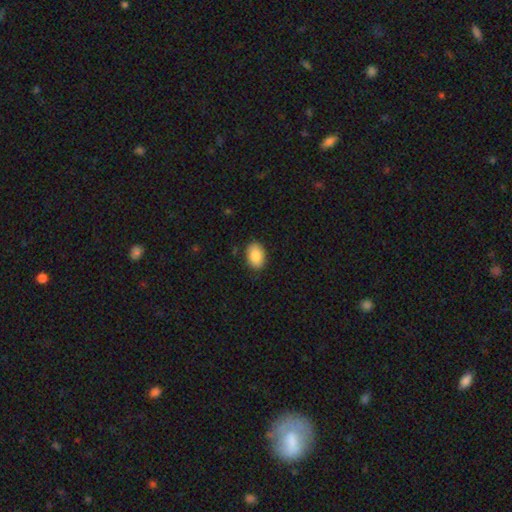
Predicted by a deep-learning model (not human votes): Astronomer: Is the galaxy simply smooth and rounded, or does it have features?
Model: smooth — 87%.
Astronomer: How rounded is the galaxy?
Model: in between — 87%.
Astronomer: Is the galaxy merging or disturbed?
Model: none — 85%.